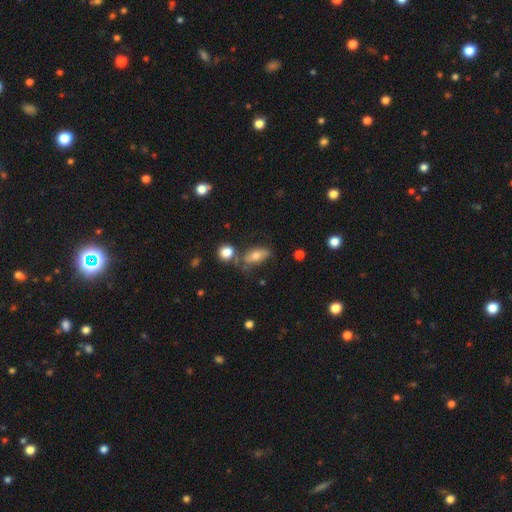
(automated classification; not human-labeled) smooth-or-featured: smooth: 67% | featured or disk: 23% | star or artifact: 10%
  how-rounded: in between: 81% | cigar-shaped: 11% | round: 7%
  merging: none: 55% | minor disturbance: 24% | merger: 11% | major disturbance: 9%